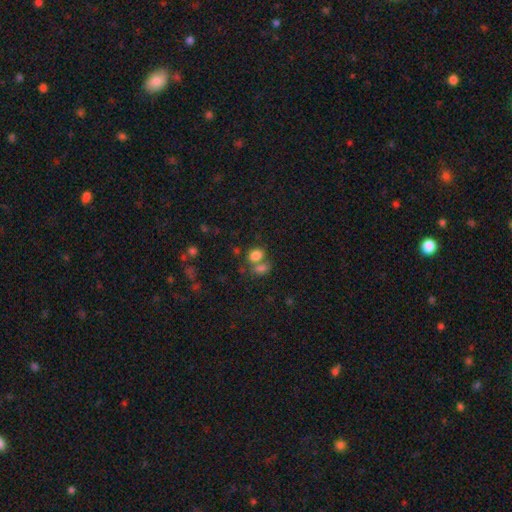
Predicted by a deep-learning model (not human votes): The model was most divided on "merging": merger: 46%, none: 40%, minor disturbance: 9%, major disturbance: 5%. More confident: smooth or featured — smooth (80%); how rounded — in between (68%).